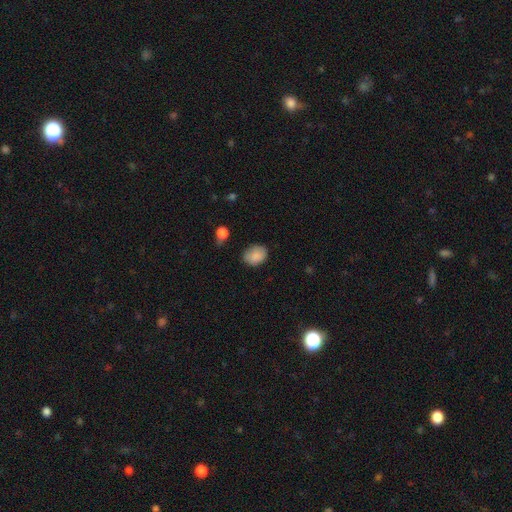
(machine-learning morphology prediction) Smooth or featured? smooth (87%)
How rounded? in between (63%)
Merging? none (73%)